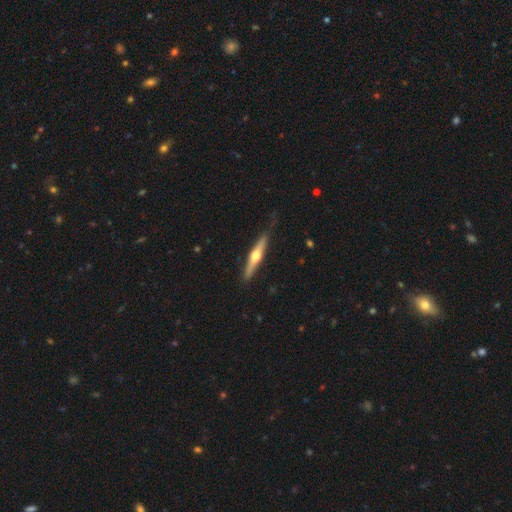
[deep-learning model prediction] featured or disk 63%, smooth 32%, star or artifact 5%. Down the decision tree: edge-on disk — yes (96%); edge-on bulge — rounded (94%); merging — none (82%).